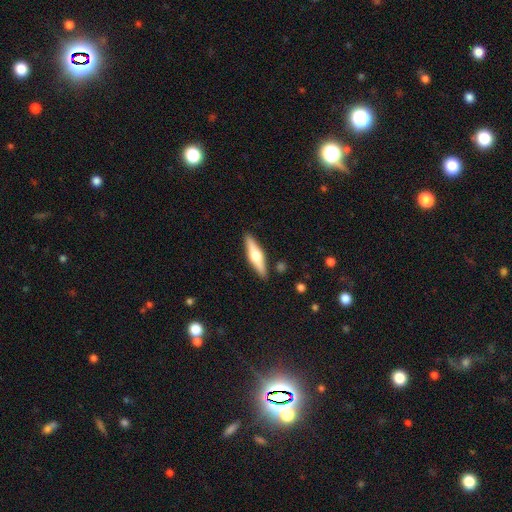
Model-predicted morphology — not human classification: This is possibly a featured or disk galaxy (57%). It is clearly viewed edge-on (95%). Edge-on bulge: clearly rounded (93%). Merging: clearly none (89%).